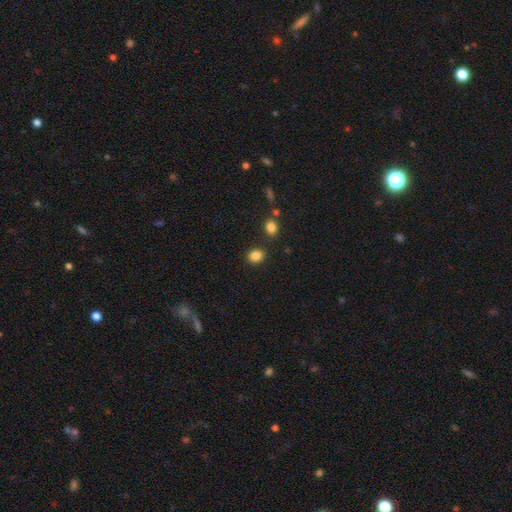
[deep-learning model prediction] Smooth or featured?
  - smooth: 86% *
  - star or artifact: 11%
  - featured or disk: 4%
How rounded?
  - round: 58% *
  - in between: 41%
  - cigar-shaped: 1%
Merging?
  - none: 84% *
  - minor disturbance: 9%
  - merger: 5%
  - major disturbance: 3%